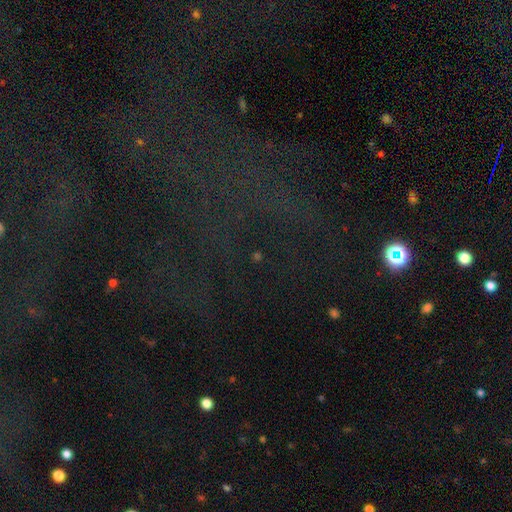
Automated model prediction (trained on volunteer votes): This is likely a star or artifact rather than a galaxy (69%).